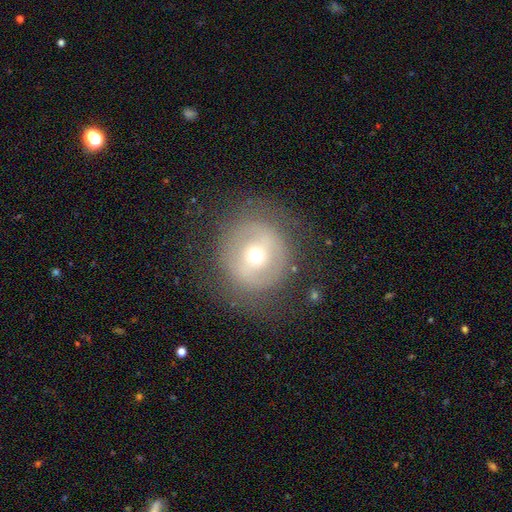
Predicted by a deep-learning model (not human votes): This appears to be a featured or disk galaxy (50%). Merging: none (76%).